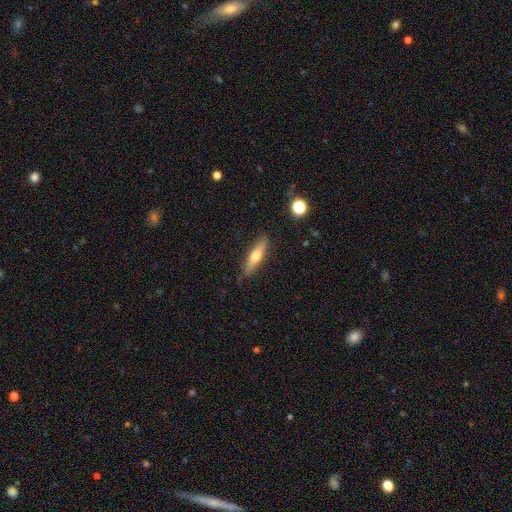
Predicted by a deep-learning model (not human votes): Q: Smooth or featured?
A: smooth (53%); runner-up: featured or disk (40%)
Q: How rounded?
A: cigar-shaped (78%); runner-up: in between (20%)
Q: Merging?
A: none (84%); runner-up: minor disturbance (12%)